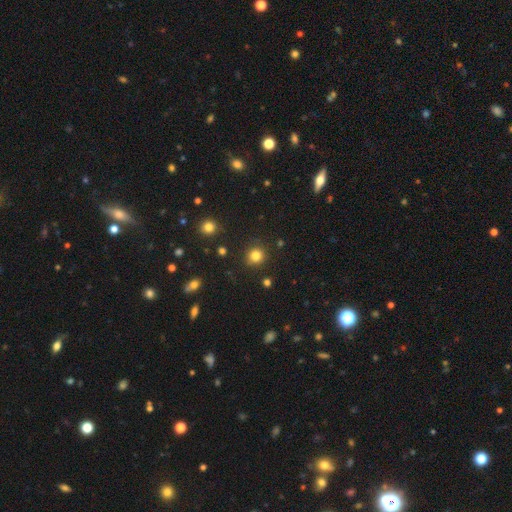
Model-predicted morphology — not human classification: Smooth or featured? smooth (83%)
How rounded? round (91%)
Merging? none (88%)